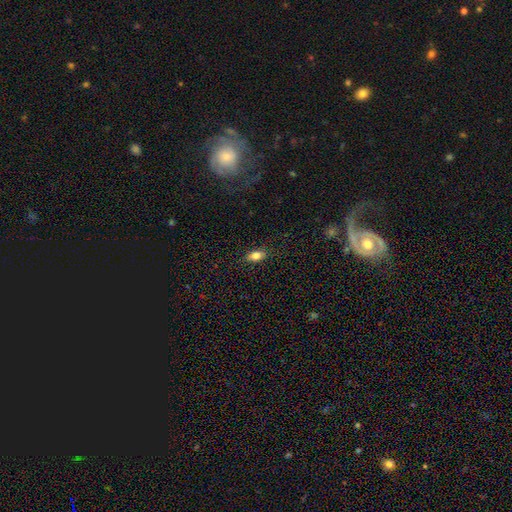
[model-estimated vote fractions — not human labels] The model was most divided on "smooth or featured": smooth: 79%, featured or disk: 12%, star or artifact: 9%. More confident: merging — none (87%); how rounded — in between (85%).